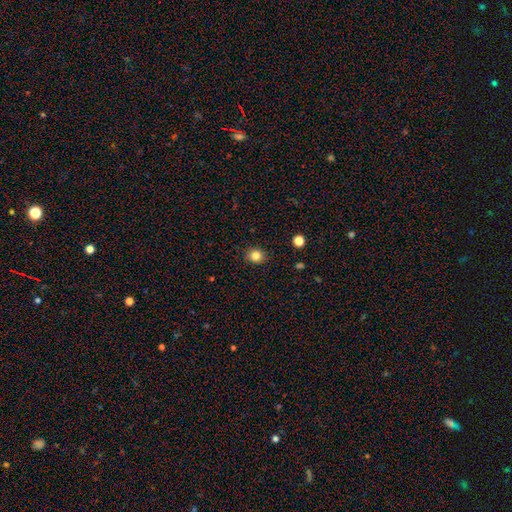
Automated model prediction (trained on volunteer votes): Smooth or featured? smooth (83%)
How rounded? round (79%)
Merging? none (89%)